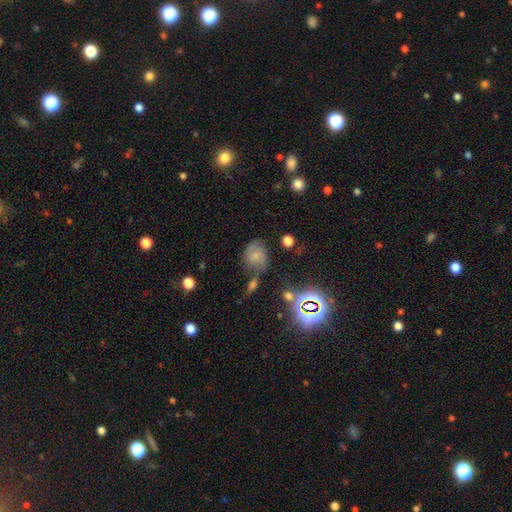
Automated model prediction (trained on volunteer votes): Smooth or featured? smooth (53%)
How rounded? in between (49%, tied with round)
Merging? none (49%)